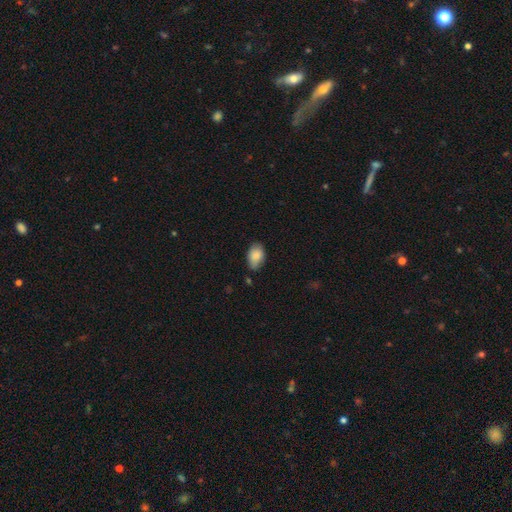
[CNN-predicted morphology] A smooth galaxy with no disk features (86%) that is in between round and cigar-shaped (91%).

Vote fractions:
- Smooth or featured? smooth: 86% / featured or disk: 7% / star or artifact: 7%
- How rounded? in between: 91% / round: 8% / cigar-shaped: 1%
- Merging? none: 73% / minor disturbance: 21% / major disturbance: 3% / merger: 2%